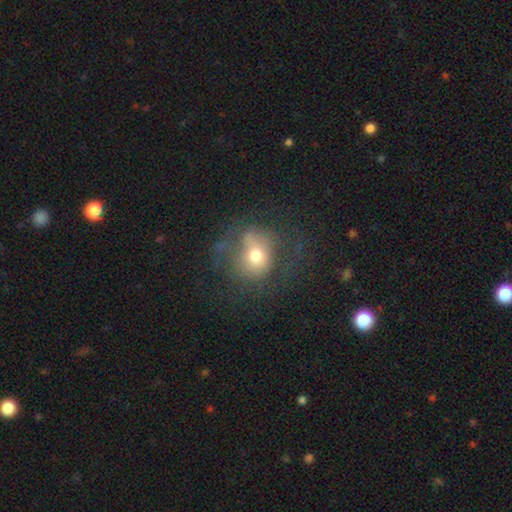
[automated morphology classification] Overall: smooth (58%; featured or disk 29%). How rounded: round (70%). Merging: none (49%; major disturbance 25%).